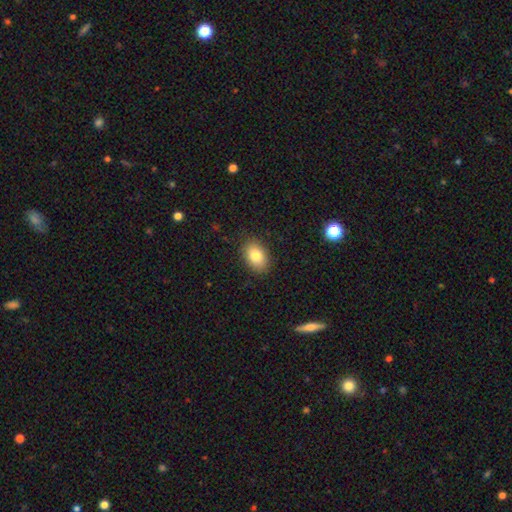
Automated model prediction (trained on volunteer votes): A smooth galaxy with no disk features (81%) that is in between round and cigar-shaped (83%).

Vote fractions:
- Smooth or featured? smooth: 81% / featured or disk: 10% / star or artifact: 9%
- How rounded? in between: 83% / round: 16% / cigar-shaped: 1%
- Merging? none: 88% / minor disturbance: 9% / major disturbance: 2% / merger: 1%